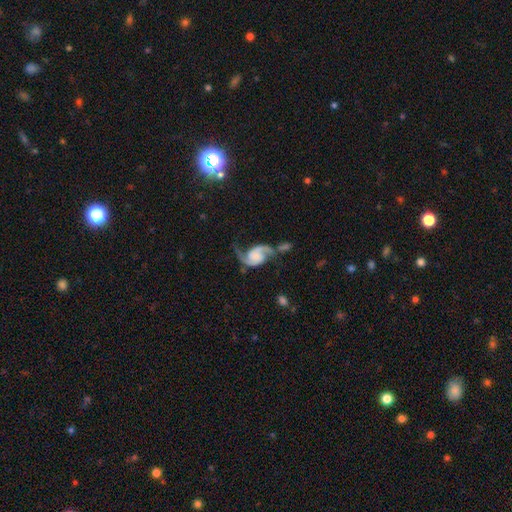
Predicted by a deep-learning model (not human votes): This appears to be a featured or disk galaxy (89%) with no bar (61%), 2 (93%) loose (58%) spiral arms (97%) and no central bulge (39%). Merging: none (54%).